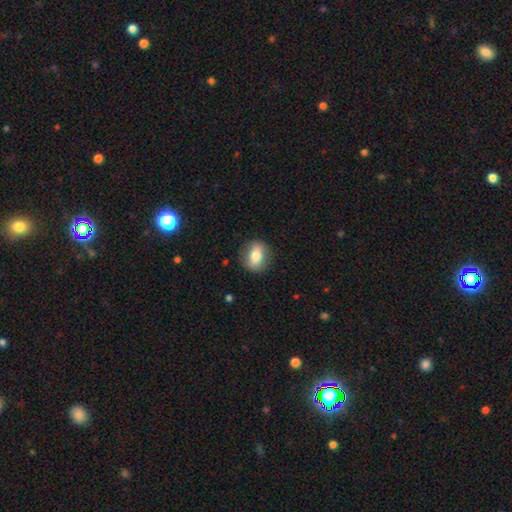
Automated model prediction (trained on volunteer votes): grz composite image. It shows a smooth galaxy with no disk features (72%) that is in between round and cigar-shaped (50%). Merging: none (84%).